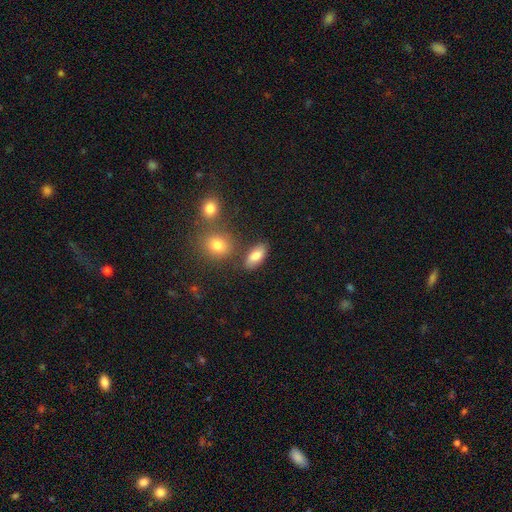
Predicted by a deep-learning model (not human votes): Smooth or featured? Predicted: smooth (p=0.82). How rounded? Predicted: in between (p=0.87). Merging? Predicted: none (p=0.78).